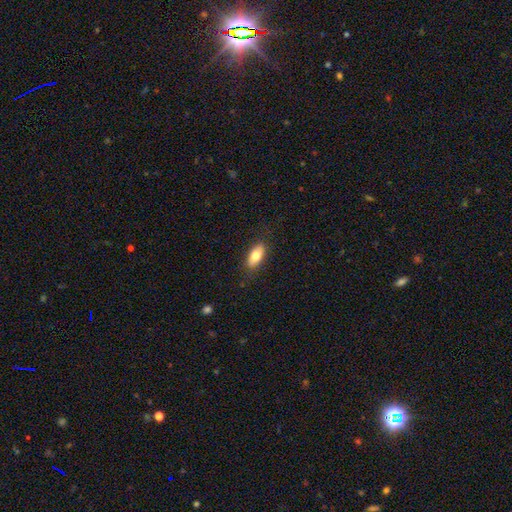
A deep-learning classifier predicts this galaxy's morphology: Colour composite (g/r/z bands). It shows a smooth galaxy with no disk features (75%) that is in between round and cigar-shaped (85%). Merging: none (85%).